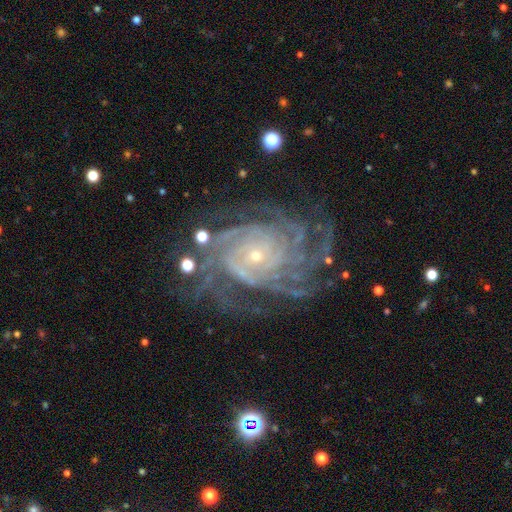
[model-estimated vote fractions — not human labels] A featured or disk galaxy (90%) with no bar (73%), more than 4 (30%) tight (75%) spiral arms (98%) and a small central bulge (84%).

Vote fractions:
- Smooth or featured? featured or disk: 90% / star or artifact: 6% / smooth: 4%
- Edge-on disk? no: 97% / yes: 3%
- Bar? no: 73% / weak: 19% / strong: 8%
- Spiral arms? yes: 98% / no: 2%
- Spiral winding? tight: 75% / medium: 22% / loose: 4%
- Spiral arm count? more than 4: 30% / 4: 28% / can't tell: 16% / 3: 11% / 2: 8% / 1: 7%
- Bulge size? small: 84% / moderate: 12% / none: 2% / large: 1% / dominant: 1%
- Merging? none: 70% / minor disturbance: 18% / major disturbance: 10% / merger: 2%